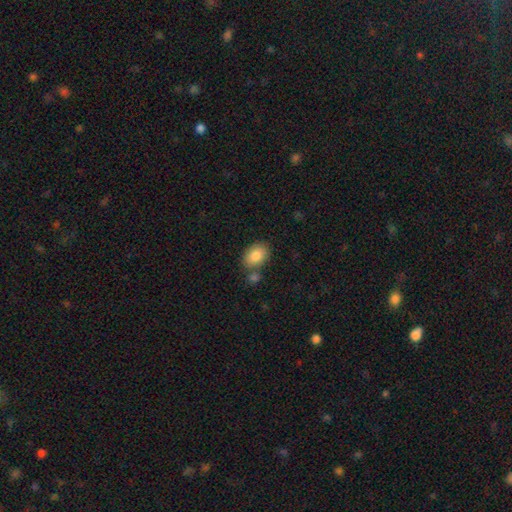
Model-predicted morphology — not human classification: This is clearly a smooth galaxy (84%). How rounded: clearly in between (80%). Merging: likely none (68%).